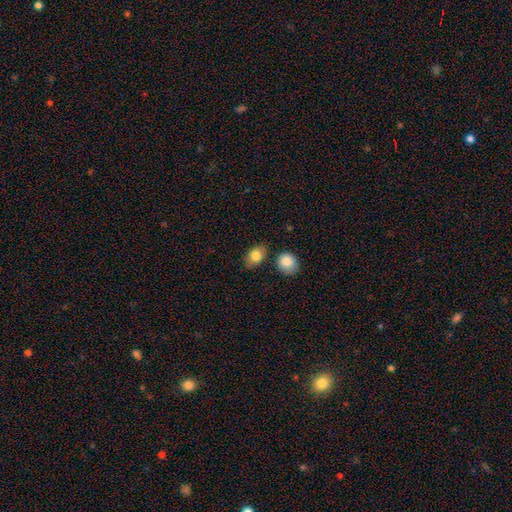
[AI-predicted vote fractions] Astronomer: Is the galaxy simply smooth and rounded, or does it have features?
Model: smooth — 82%.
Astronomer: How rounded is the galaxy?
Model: in between — 78%.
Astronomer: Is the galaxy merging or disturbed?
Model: none — 74%.